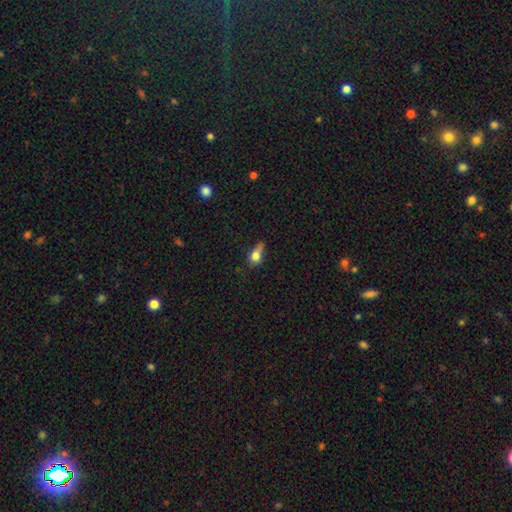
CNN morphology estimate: A smooth galaxy with no disk features (73%) that is in between round and cigar-shaped (69%). Merging: minor disturbance (39%).